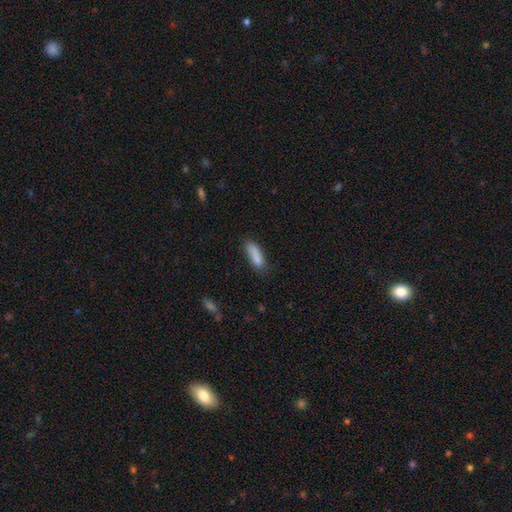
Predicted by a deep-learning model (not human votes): Overall: smooth (85%). How rounded: in between (52%; cigar-shaped 46%). Merging: none (65%).